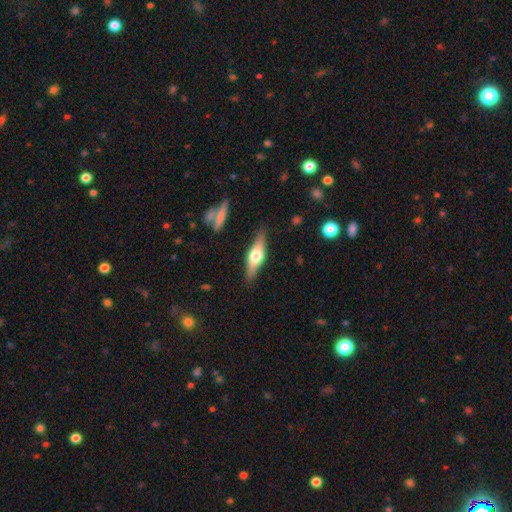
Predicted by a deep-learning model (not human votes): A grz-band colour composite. It shows a featured or disk galaxy (60%) viewed edge-on (93%) with a rounded central bulge (93%). Merging: none (86%).